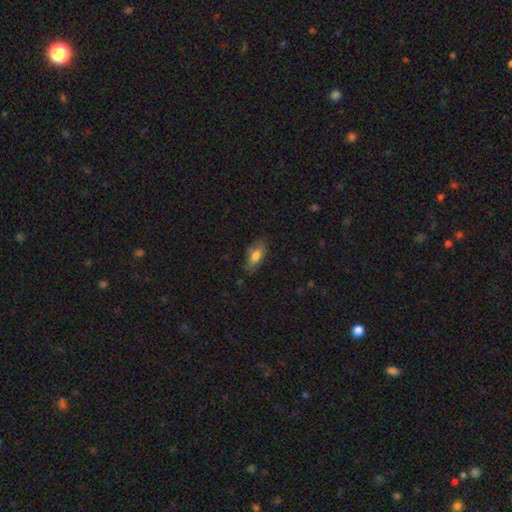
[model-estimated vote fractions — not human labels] The model was most divided on "smooth or featured": smooth: 69%, featured or disk: 23%, star or artifact: 8%. More confident: how rounded — in between (76%); merging — none (71%).